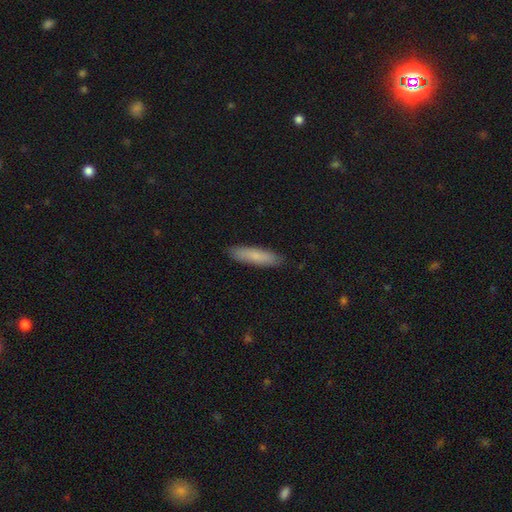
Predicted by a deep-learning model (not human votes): A smooth galaxy with no disk features (81%) that is cigar-shaped (78%).

Vote fractions:
- Smooth or featured? smooth: 81% / featured or disk: 13% / star or artifact: 6%
- How rounded? cigar-shaped: 78% / in between: 20% / round: 1%
- Merging? none: 88% / minor disturbance: 9% / major disturbance: 2% / merger: 1%